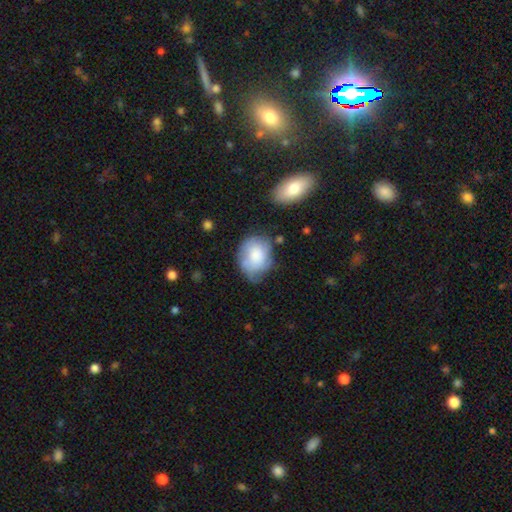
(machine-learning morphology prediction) This is likely a smooth galaxy (71%). How rounded: possibly in between (50%). Merging: possibly none (47%).